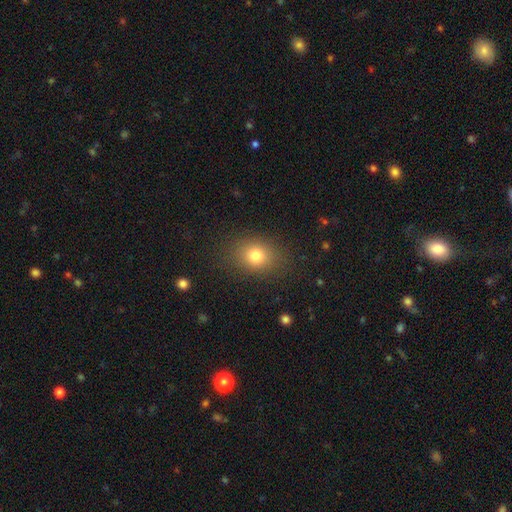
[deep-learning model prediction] Overall: smooth (78%). How rounded: round (53%; in between 46%). Merging: none (83%).